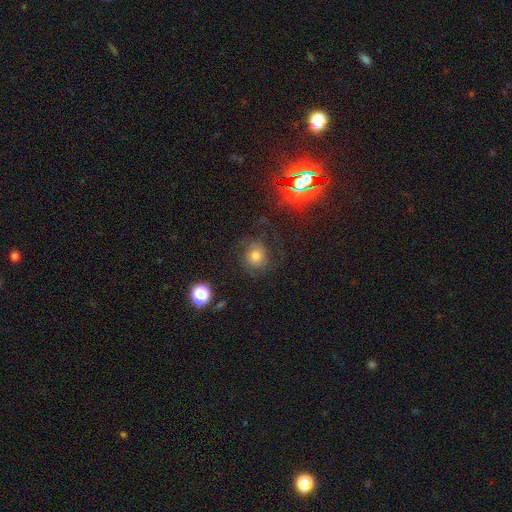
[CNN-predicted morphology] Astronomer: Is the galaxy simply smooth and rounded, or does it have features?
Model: smooth — 42% (runner-up: featured or disk, 38%).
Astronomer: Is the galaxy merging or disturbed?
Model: none — 68%.